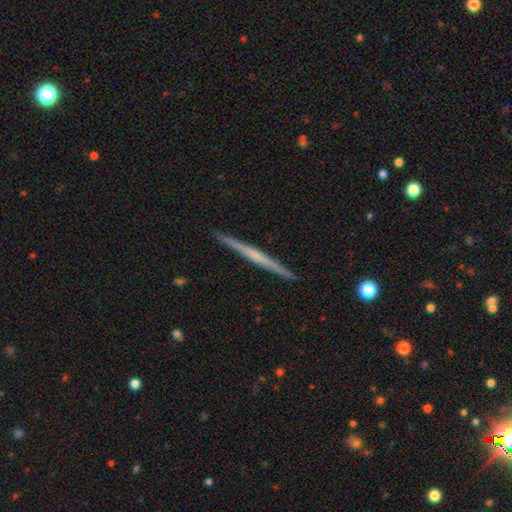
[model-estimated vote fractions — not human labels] A featured or disk galaxy (64%) viewed edge-on (98%) with no central bulge (72%).

Vote fractions:
- Smooth or featured? featured or disk: 64% / smooth: 31% / star or artifact: 5%
- Edge-on disk? yes: 98% / no: 2%
- Edge-on bulge? none: 72% / rounded: 20% / boxy: 8%
- Merging? none: 93% / minor disturbance: 5% / major disturbance: 1% / merger: 1%